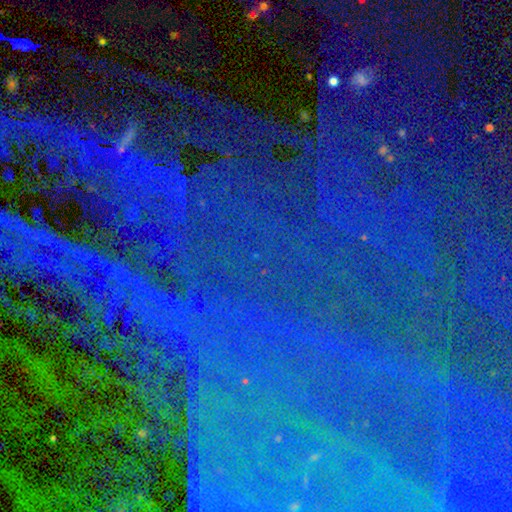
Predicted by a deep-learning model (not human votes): smooth_or_featured: star or artifact (p=0.86) [alt: smooth p=0.07]